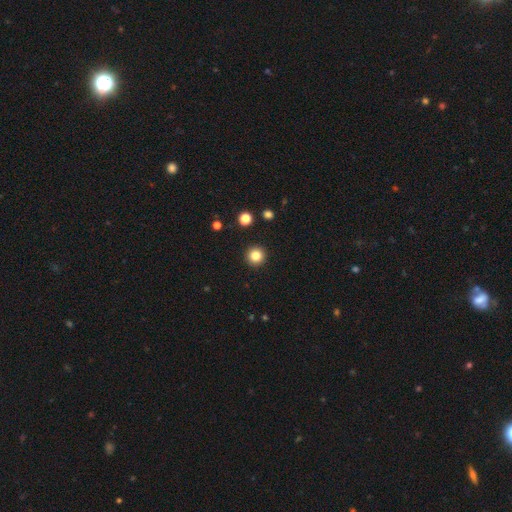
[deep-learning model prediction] Morphology: type=smooth (84%); roundness=round (96%); merging=none (93%).